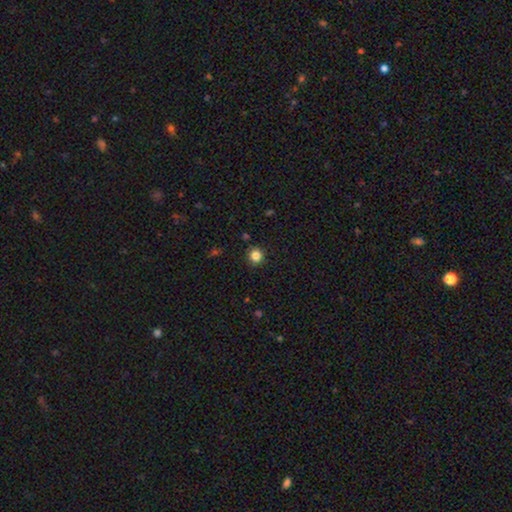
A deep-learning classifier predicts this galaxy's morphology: Smooth or featured? smooth (83%)
How rounded? round (93%)
Merging? none (91%)